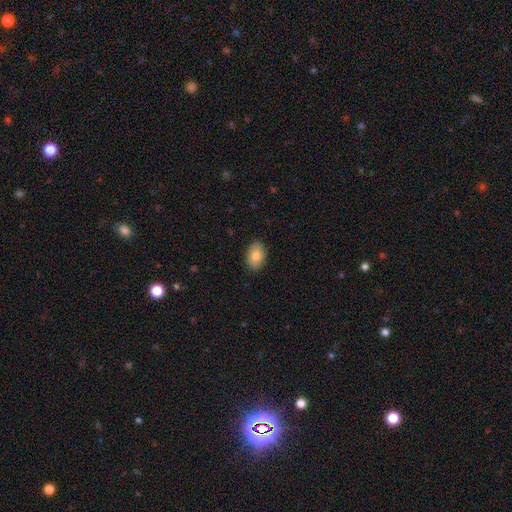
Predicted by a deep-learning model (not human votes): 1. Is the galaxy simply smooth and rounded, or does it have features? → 84% smooth, 9% featured or disk, 7% star or artifact.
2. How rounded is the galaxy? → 86% in between, 13% round, 1% cigar-shaped.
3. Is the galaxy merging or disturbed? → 89% none, 8% minor disturbance, 2% major disturbance, 1% merger.